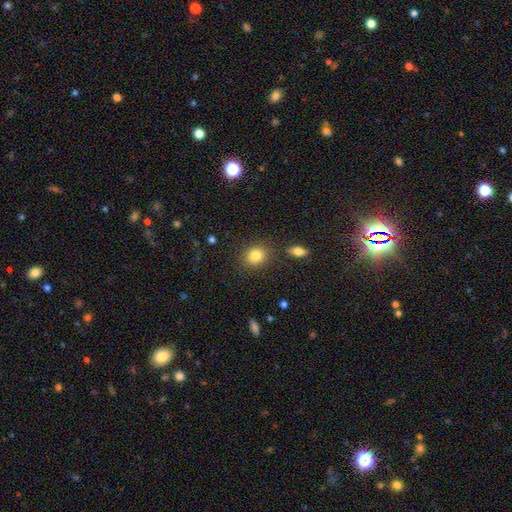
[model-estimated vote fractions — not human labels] This is clearly a smooth galaxy (83%). How rounded: possibly round (54%). Merging: clearly none (83%).